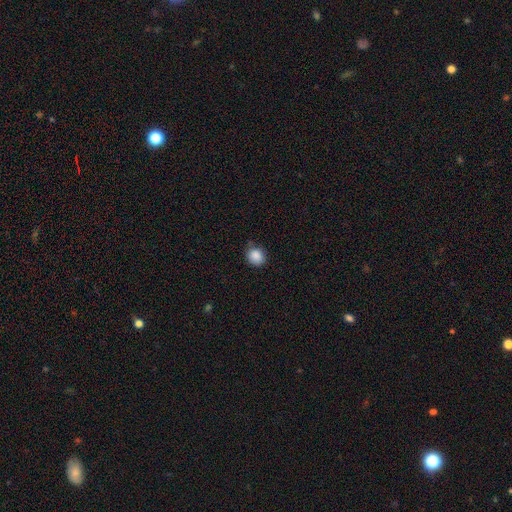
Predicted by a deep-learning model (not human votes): The model was most divided on "how rounded": round: 72%, in between: 27%, cigar-shaped: 1%. More confident: smooth or featured — smooth (87%); merging — none (76%).